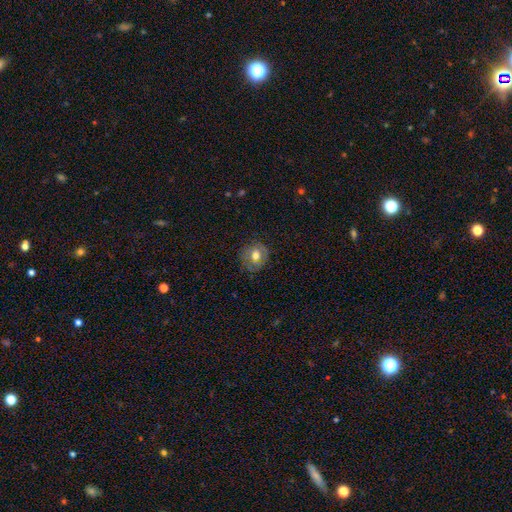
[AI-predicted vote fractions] This is possibly a smooth galaxy (58%). How rounded: clearly round (80%). Merging: likely none (74%).